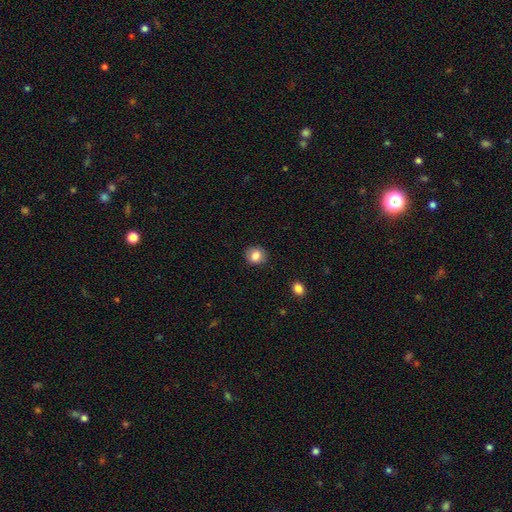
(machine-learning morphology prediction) Smooth or featured: smooth — 84% (star or artifact — 9%)
How rounded: round — 79% (in between — 20%)
Merging: none — 88% (minor disturbance — 9%)